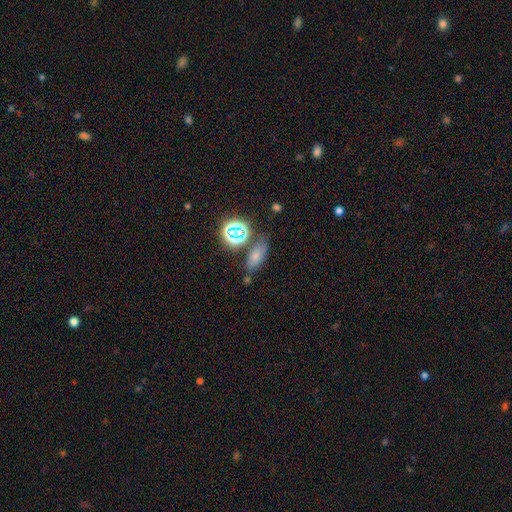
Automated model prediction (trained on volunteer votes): Morphology: type=smooth (63%); roundness=in between (78%); merging=none (64%).